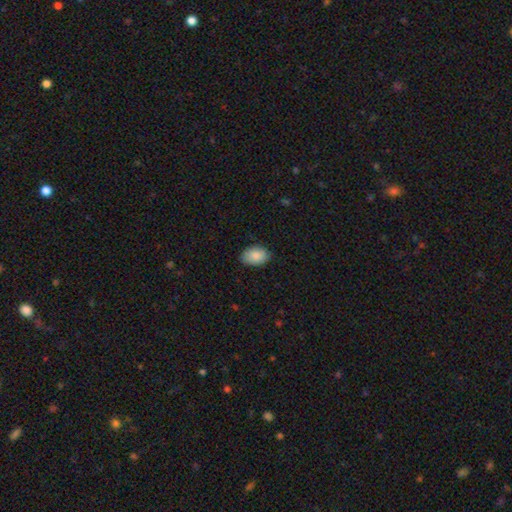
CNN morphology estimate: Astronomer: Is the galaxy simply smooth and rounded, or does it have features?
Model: smooth — 89%.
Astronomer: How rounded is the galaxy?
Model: in between — 89%.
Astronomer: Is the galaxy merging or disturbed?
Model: none — 85%.